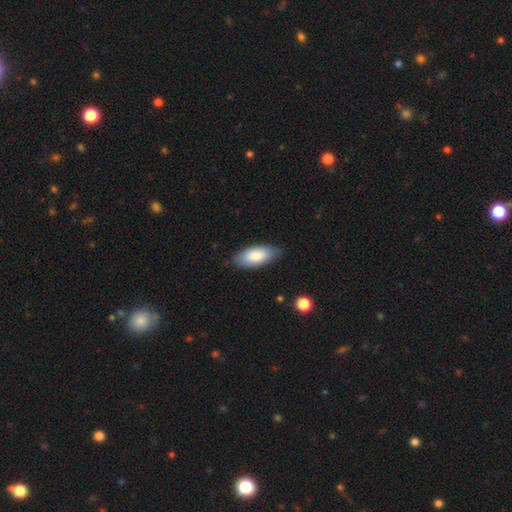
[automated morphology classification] smooth 85%, featured or disk 10%, star or artifact 5%. Down the decision tree: how rounded — in between (88%); merging — none (83%).